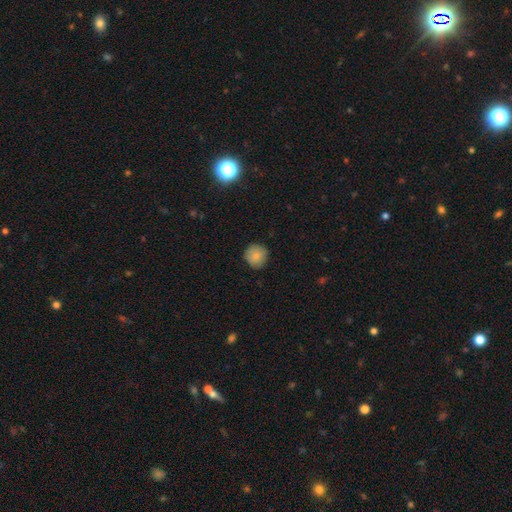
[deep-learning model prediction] Smooth or featured: smooth — 85% (star or artifact — 8%)
How rounded: round — 92% (in between — 7%)
Merging: none — 83% (minor disturbance — 13%)